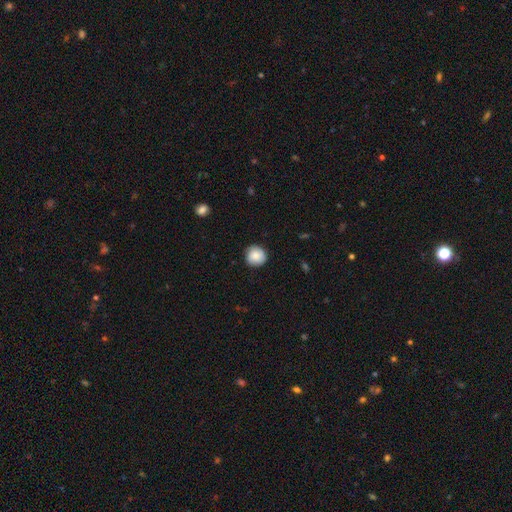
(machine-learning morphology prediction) This is clearly a smooth galaxy (81%). How rounded: clearly round (92%). Merging: clearly none (86%).